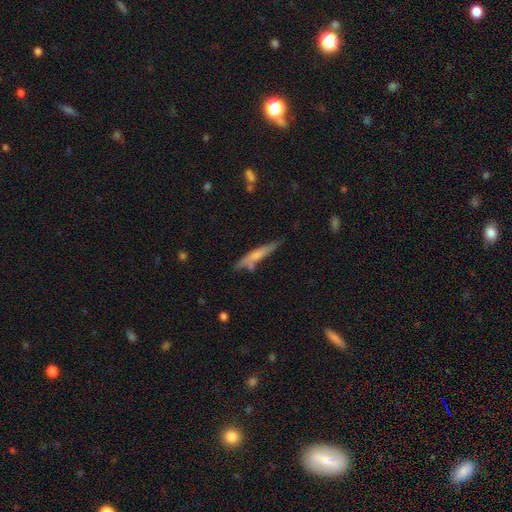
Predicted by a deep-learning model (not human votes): smooth 54%, featured or disk 39%, star or artifact 6%. Down the decision tree: how rounded — cigar-shaped (91%); merging — none (69%).